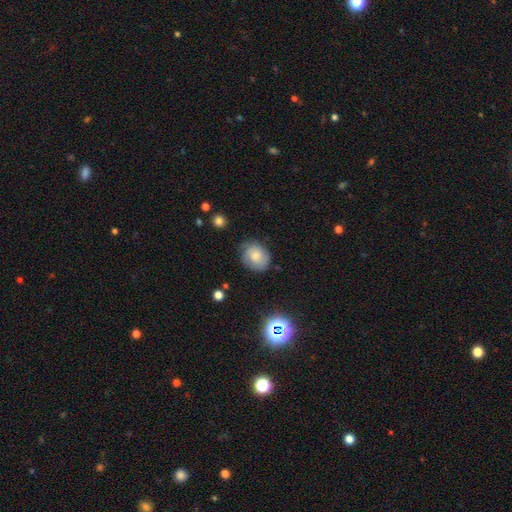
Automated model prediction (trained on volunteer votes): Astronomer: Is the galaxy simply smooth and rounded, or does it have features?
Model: smooth — 68%.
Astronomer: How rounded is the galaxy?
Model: round — 59% (runner-up: in between, 40%).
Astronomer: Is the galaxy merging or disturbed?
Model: none — 66%.